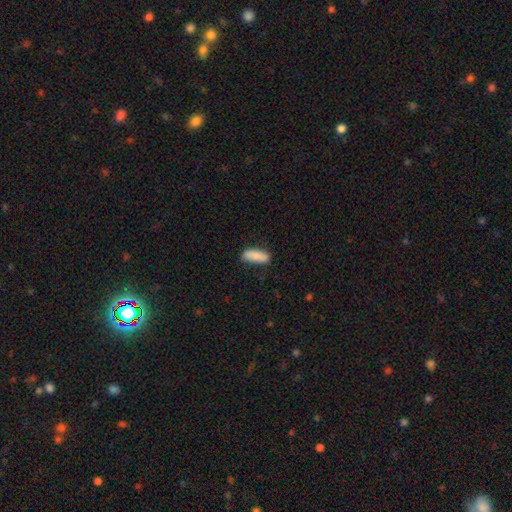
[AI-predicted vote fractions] Morphology: type=smooth (85%); roundness=in between (64%); merging=none (81%).